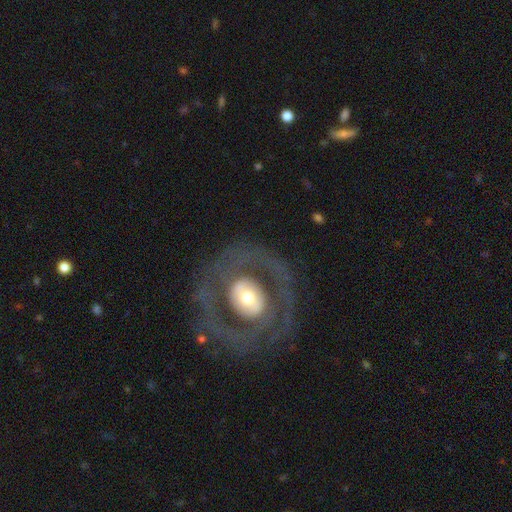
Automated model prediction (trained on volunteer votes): A featured or disk galaxy (74%) with no bar (50%), no spiral arms (56%) and a moderate central bulge (53%).

Vote fractions:
- Smooth or featured? featured or disk: 74% / smooth: 18% / star or artifact: 8%
- Edge-on disk? no: 94% / yes: 6%
- Bar? no: 50% / weak: 28% / strong: 22%
- Spiral arms? no: 56% / yes: 44%
- Bulge size? moderate: 53% / large: 26% / small: 16% / dominant: 3% / none: 2%
- Merging? none: 79% / minor disturbance: 11% / major disturbance: 8% / merger: 2%